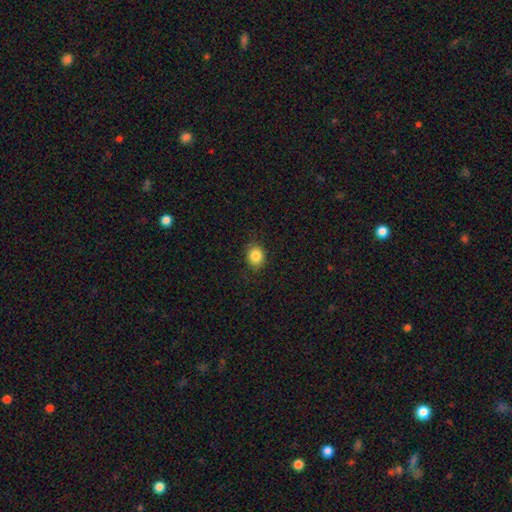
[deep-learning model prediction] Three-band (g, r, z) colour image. It shows a smooth galaxy with no disk features (85%) that is round (59%). Merging: none (85%).